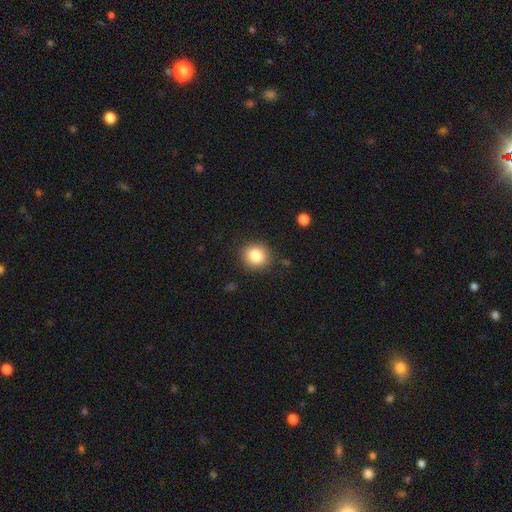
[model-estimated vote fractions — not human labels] Smooth or featured? smooth (83%)
How rounded? round (85%)
Merging? none (87%)